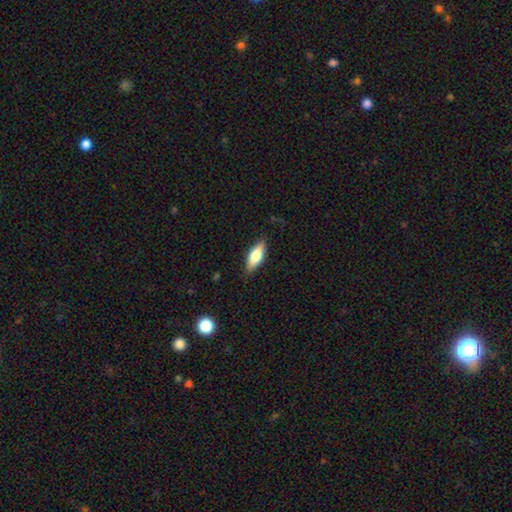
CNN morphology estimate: type=smooth (62%); roundness=in between (68%); merging=none (84%).